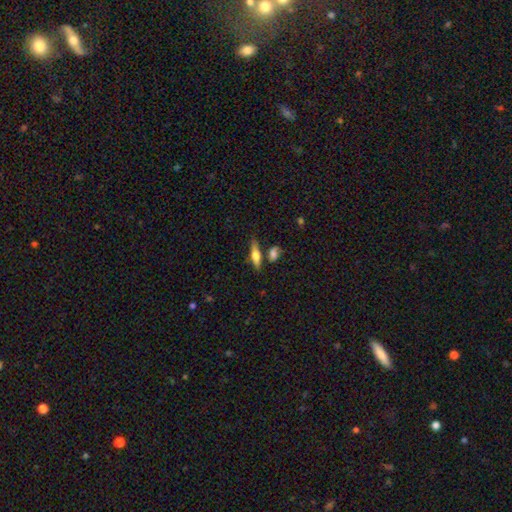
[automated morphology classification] Smooth or featured?
  - featured or disk: 48% *
  - smooth: 45%
  - star or artifact: 7%
Merging?
  - none: 73% *
  - minor disturbance: 13%
  - merger: 10%
  - major disturbance: 4%